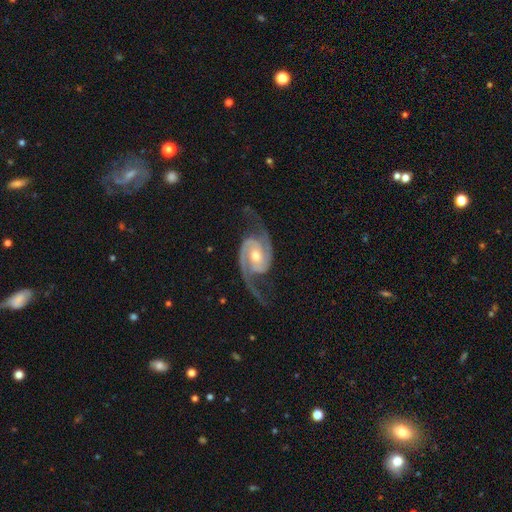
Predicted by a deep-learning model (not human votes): smooth-or-featured: featured or disk: 94% | star or artifact: 4% | smooth: 3%
  disk-edge-on: no: 98% | yes: 2%
    bar: no: 51% | weak: 35% | strong: 14%
    has-spiral-arms: yes: 98% | no: 2%
      spiral-winding: medium: 52% | loose: 28% | tight: 20%
      spiral-arm-count: 2: 94% | can't tell: 1% | 3: 1% | 1: 1% | 4: 1% | more than 4: 1%
    bulge-size: moderate: 70% | small: 22% | large: 6% | none: 1% | dominant: 1%
  merging: none: 75% | minor disturbance: 15% | major disturbance: 9% | merger: 2%